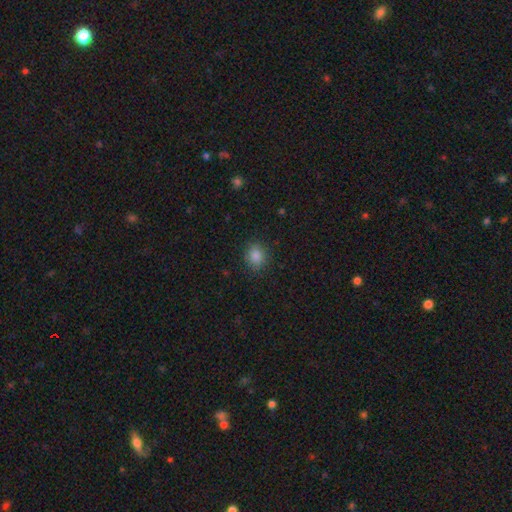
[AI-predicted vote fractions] The model was most divided on "how rounded": round: 66%, in between: 33%, cigar-shaped: 1%. More confident: merging — none (88%); smooth or featured — smooth (84%).